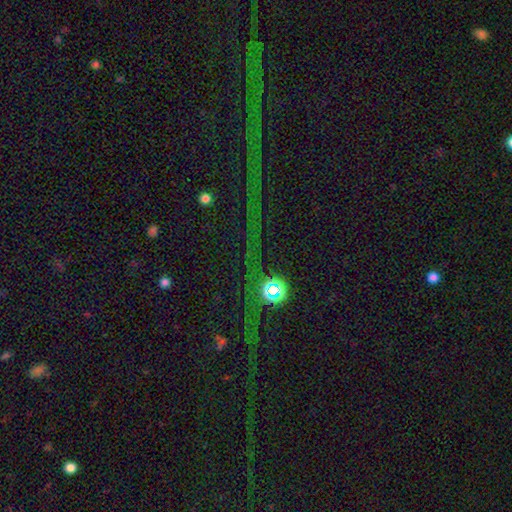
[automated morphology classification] Smooth or featured? star or artifact (75%)